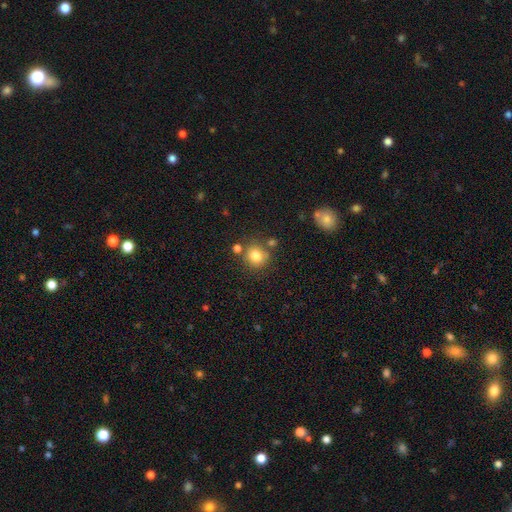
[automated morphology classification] A smooth galaxy with no disk features (80%) that is round (85%). Merging: none (72%).